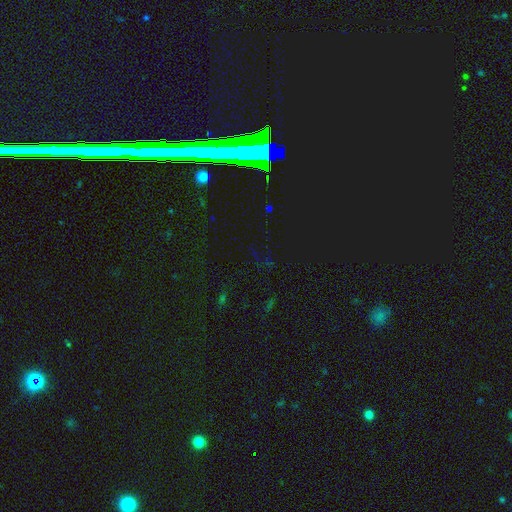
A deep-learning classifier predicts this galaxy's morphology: Smooth or featured? Predicted: star or artifact (p=0.74).